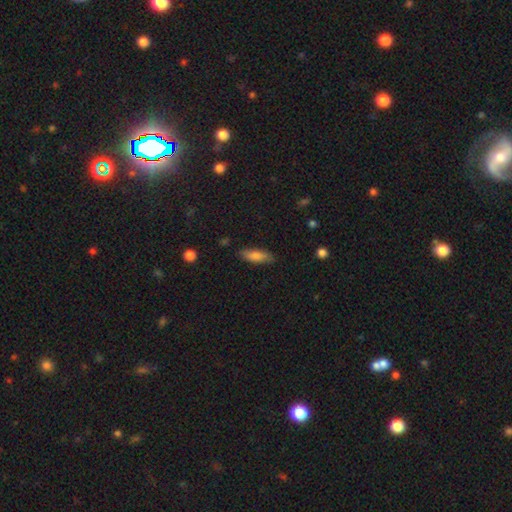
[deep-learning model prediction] Smooth or featured? smooth (78%)
How rounded? in between (53%)
Merging? none (82%)